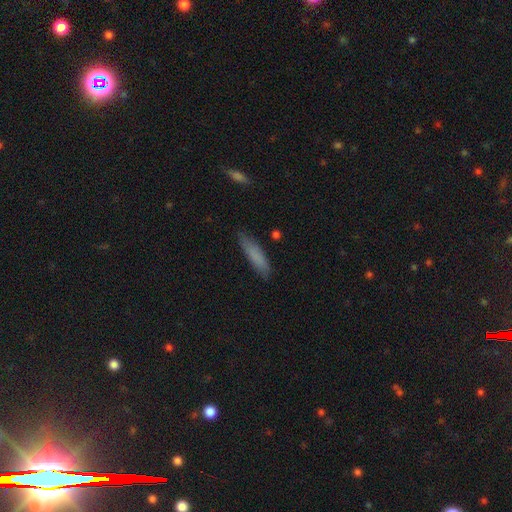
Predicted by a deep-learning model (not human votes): smooth-or-featured: smooth: 81% | featured or disk: 12% | star or artifact: 7%
  how-rounded: cigar-shaped: 76% | in between: 23% | round: 1%
  merging: none: 81% | minor disturbance: 15% | major disturbance: 3% | merger: 2%